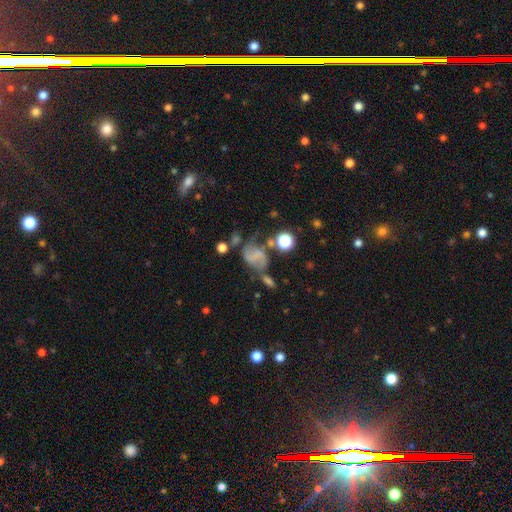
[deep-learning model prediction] Smooth or featured? featured or disk (52%)
Edge-on disk? no (97%)
Bar? no (50%)
Spiral arms? yes (82%)
Bulge size? none (63%)
Merging? none (39%)